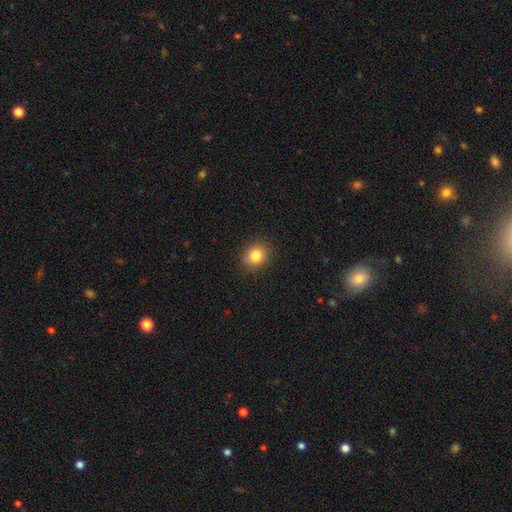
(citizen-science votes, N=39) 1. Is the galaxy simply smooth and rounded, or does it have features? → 74% smooth, 15% featured or disk, 10% star or artifact.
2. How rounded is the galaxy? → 66% round, 34% in between, 0% cigar-shaped.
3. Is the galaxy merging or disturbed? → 77% none, 17% minor disturbance, 3% major disturbance, 3% merger.